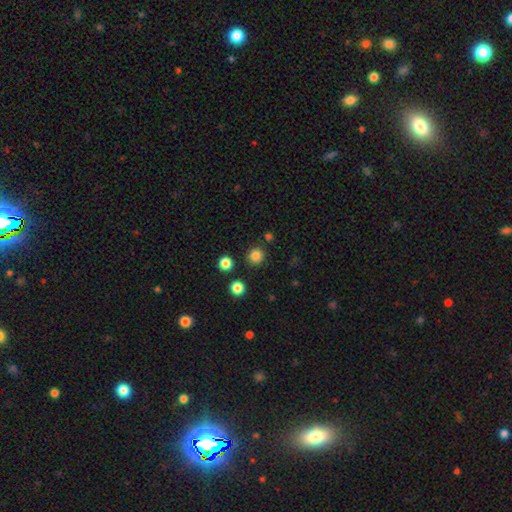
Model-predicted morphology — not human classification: Smooth or featured: smooth — 83% (star or artifact — 13%)
How rounded: round — 93% (in between — 6%)
Merging: none — 88% (minor disturbance — 6%)